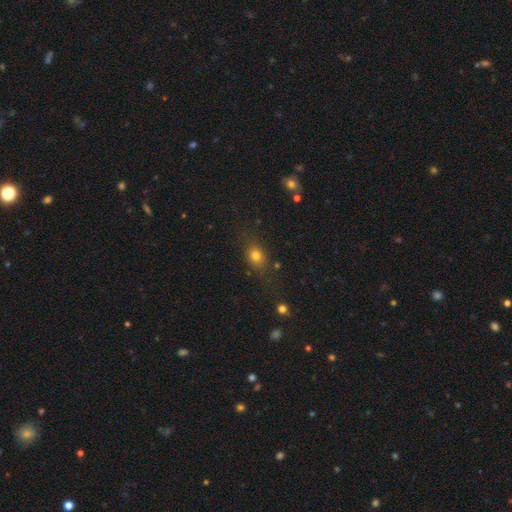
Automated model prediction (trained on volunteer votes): Smooth or featured?
  - smooth: 76% *
  - star or artifact: 14%
  - featured or disk: 10%
How rounded?
  - in between: 53% *
  - round: 44%
  - cigar-shaped: 3%
Merging?
  - none: 75% *
  - minor disturbance: 15%
  - major disturbance: 7%
  - merger: 3%